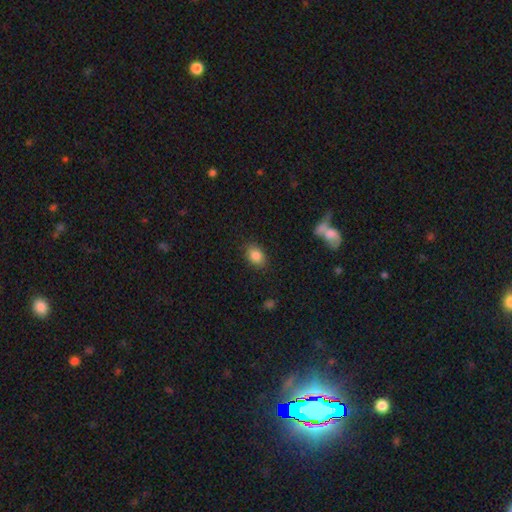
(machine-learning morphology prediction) smooth 85%, star or artifact 9%, featured or disk 6%. Down the decision tree: how rounded — in between (74%); merging — none (85%).